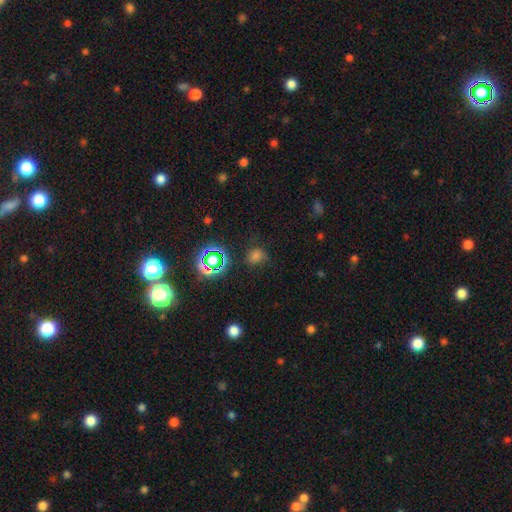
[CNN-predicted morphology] smooth 61%, star or artifact 31%, featured or disk 8%. Down the decision tree: how rounded — round (69%); merging — none (69%).